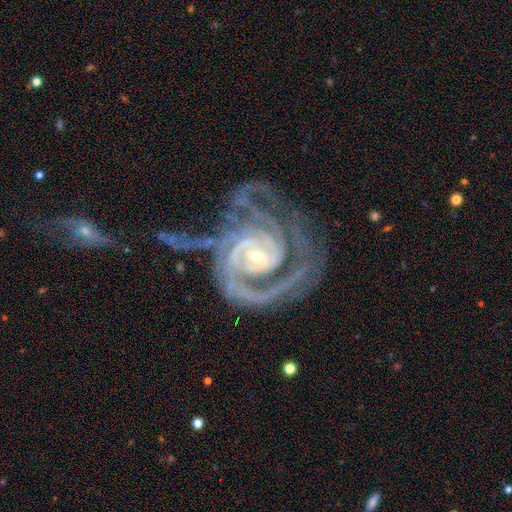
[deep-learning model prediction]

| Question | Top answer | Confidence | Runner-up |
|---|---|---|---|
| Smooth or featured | featured or disk | 92% | star or artifact (5%) |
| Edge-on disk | no | 98% | yes (2%) |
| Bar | no | 41% | weak (37%) |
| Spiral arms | yes | 98% | no (2%) |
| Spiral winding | tight | 61% | medium (31%) |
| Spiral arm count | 2 | 27% | 3 (26%) |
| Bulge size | small | 68% | moderate (28%) |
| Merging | none | 47% | major disturbance (27%) |